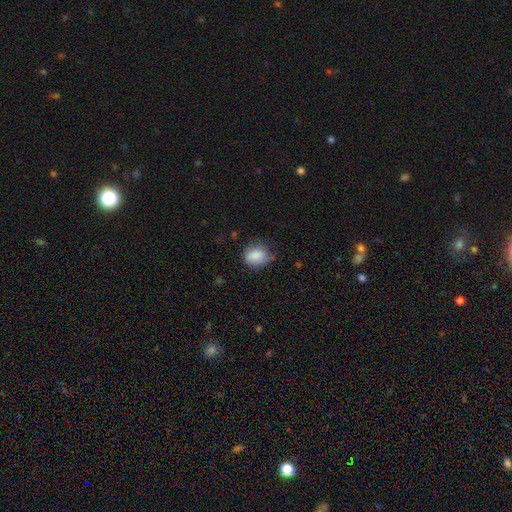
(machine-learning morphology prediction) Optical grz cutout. It shows a smooth galaxy with no disk features (86%) that is in between round and cigar-shaped (58%). Merging: none (56%).